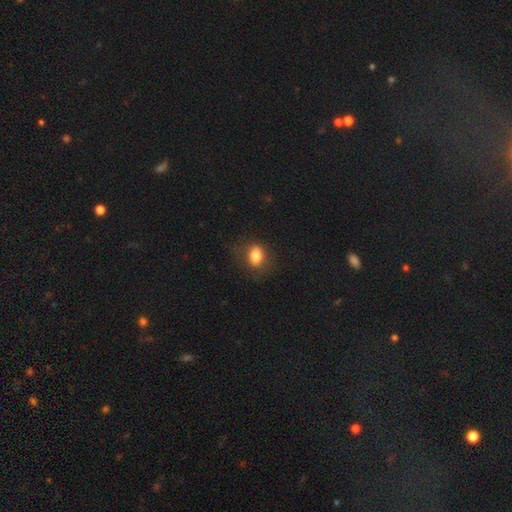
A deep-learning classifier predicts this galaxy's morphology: Smooth or featured?
  - smooth: 81% *
  - featured or disk: 10%
  - star or artifact: 9%
How rounded?
  - in between: 70% *
  - round: 28%
  - cigar-shaped: 2%
Merging?
  - none: 74% *
  - minor disturbance: 18%
  - major disturbance: 7%
  - merger: 1%